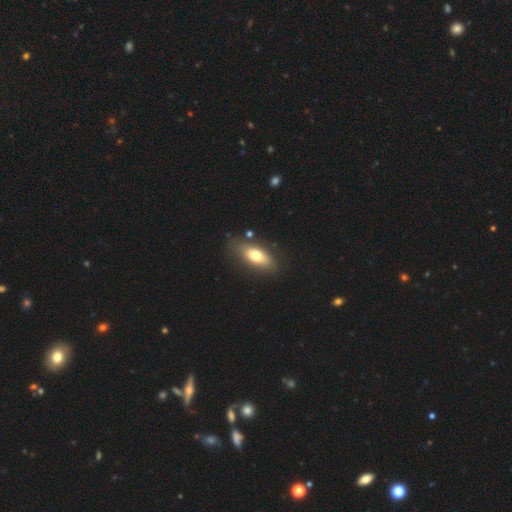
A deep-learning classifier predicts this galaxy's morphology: smooth-or-featured: smooth: 68% | featured or disk: 26% | star or artifact: 7%
  how-rounded: in between: 81% | cigar-shaped: 16% | round: 4%
  merging: none: 80% | minor disturbance: 13% | major disturbance: 4% | merger: 3%